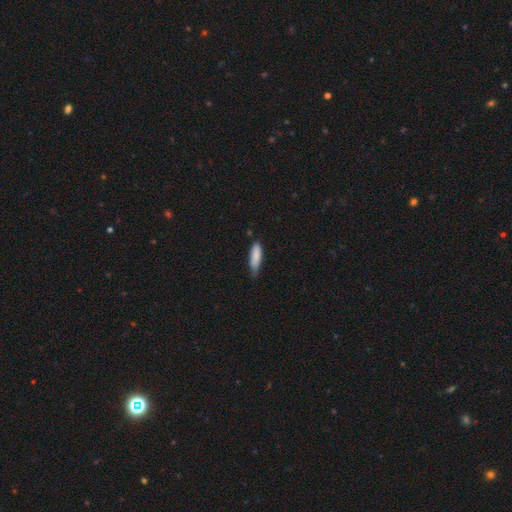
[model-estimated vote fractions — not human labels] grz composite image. It shows a smooth galaxy with no disk features (85%) that is cigar-shaped (55%). Merging: none (53%).